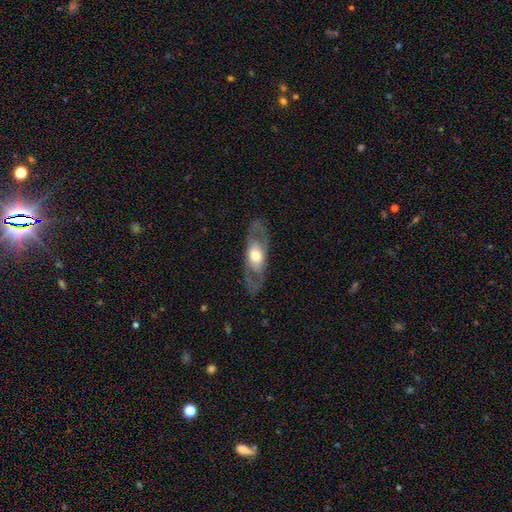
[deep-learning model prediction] This appears to be a featured or disk galaxy (65%) with no bar (75%), no spiral arms (57%) and a moderate central bulge (59%). Merging: none (79%).